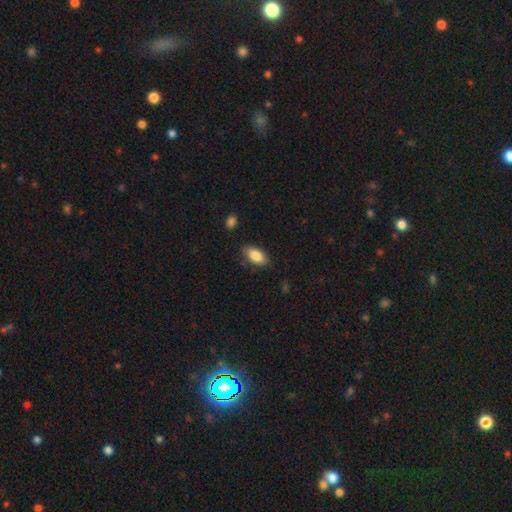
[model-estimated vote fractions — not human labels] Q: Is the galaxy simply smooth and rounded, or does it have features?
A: smooth — 85%.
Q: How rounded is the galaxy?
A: in between — 91%.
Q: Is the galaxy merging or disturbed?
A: none — 78%.